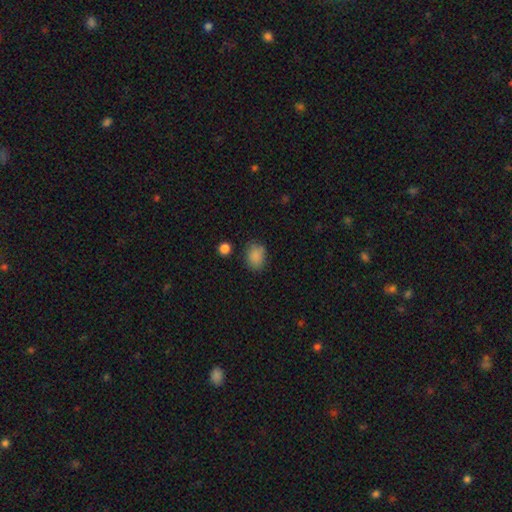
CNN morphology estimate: Smooth or featured?
  - smooth: 86% *
  - star or artifact: 10%
  - featured or disk: 5%
How rounded?
  - in between: 61% *
  - round: 38%
  - cigar-shaped: 1%
Merging?
  - none: 75% *
  - minor disturbance: 17%
  - major disturbance: 5%
  - merger: 3%